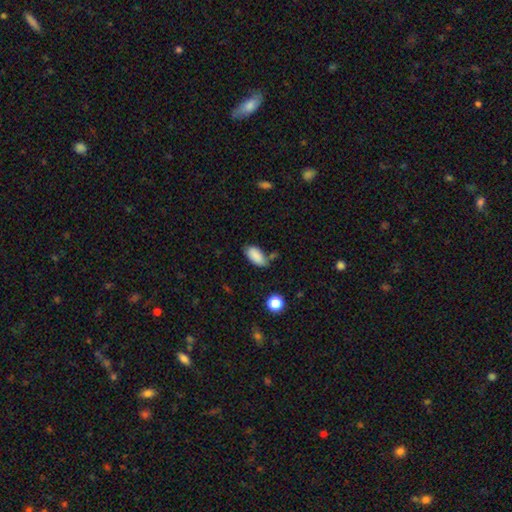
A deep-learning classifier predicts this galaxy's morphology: smooth 87%, star or artifact 8%, featured or disk 5%. Down the decision tree: how rounded — in between (92%); merging — none (64%).